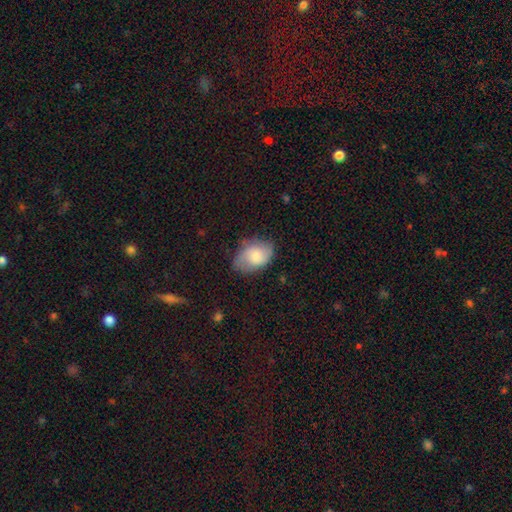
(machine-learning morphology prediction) smooth-or-featured: smooth: 69% | featured or disk: 24% | star or artifact: 7%
  how-rounded: in between: 81% | round: 17% | cigar-shaped: 1%
  merging: none: 62% | minor disturbance: 28% | major disturbance: 8% | merger: 2%